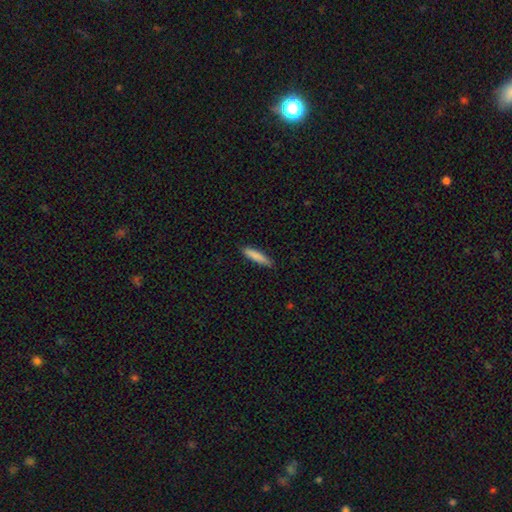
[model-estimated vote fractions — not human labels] A smooth galaxy with no disk features (85%) that is cigar-shaped (85%). Merging: none (87%).